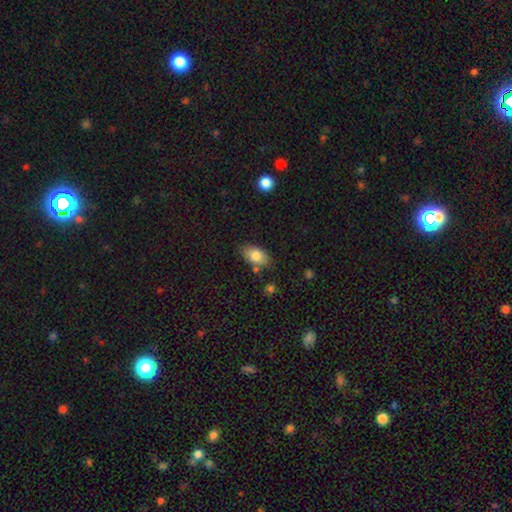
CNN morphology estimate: A smooth galaxy with no disk features (82%) that is in between round and cigar-shaped (90%). Merging: none (74%).